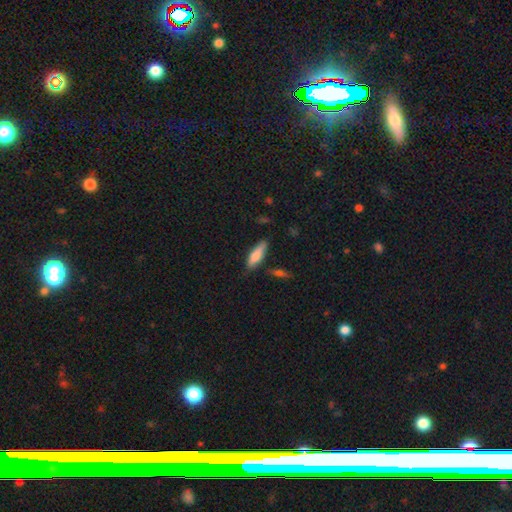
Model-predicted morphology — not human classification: Overall: smooth (76%). How rounded: in between (49%, tied with cigar-shaped). Merging: none (72%).